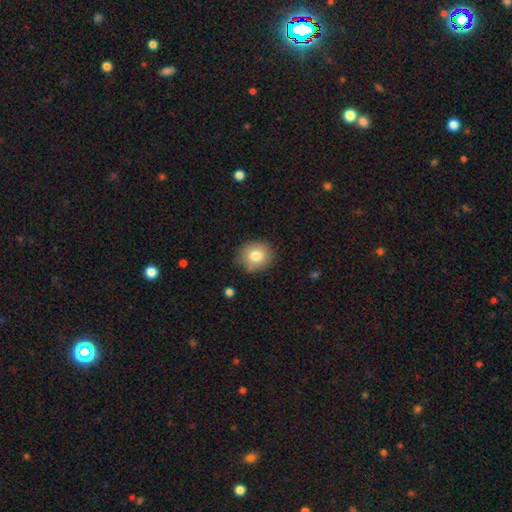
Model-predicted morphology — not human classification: Overall: smooth (80%). How rounded: round (76%). Merging: none (82%).